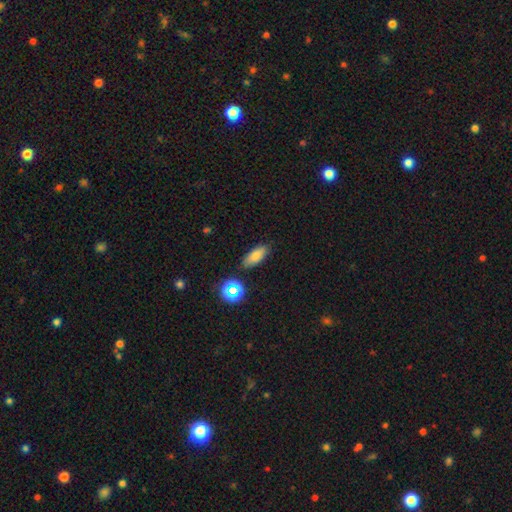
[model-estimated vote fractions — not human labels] Morphology: type=smooth (77%); roundness=in between (78%); merging=none (83%).